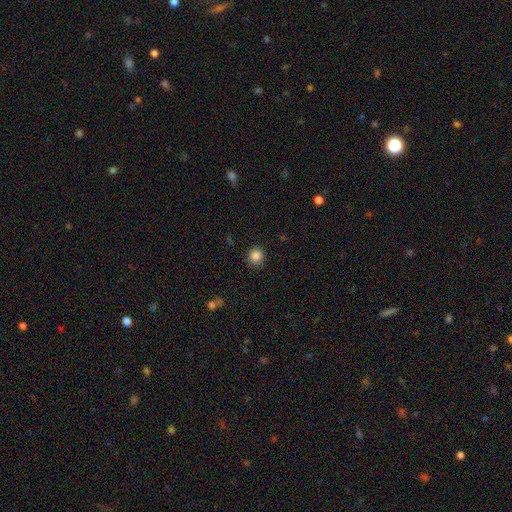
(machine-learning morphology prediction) Smooth or featured? Predicted: smooth (p=0.85). How rounded? Predicted: round (p=0.92). Merging? Predicted: none (p=0.89).